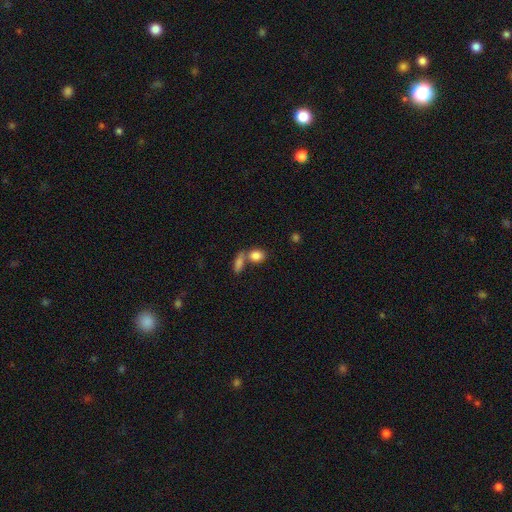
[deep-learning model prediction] Smooth or featured? Predicted: smooth (p=0.85). How rounded? Predicted: in between (p=0.72). Merging? Predicted: none (p=0.45).